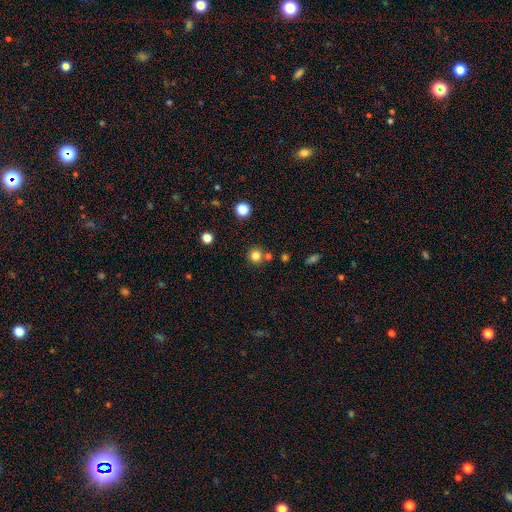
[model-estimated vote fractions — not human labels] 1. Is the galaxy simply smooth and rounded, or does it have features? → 80% smooth, 14% star or artifact, 5% featured or disk.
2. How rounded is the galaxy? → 93% round, 6% in between, 1% cigar-shaped.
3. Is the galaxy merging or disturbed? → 80% none, 10% merger, 7% minor disturbance, 3% major disturbance.